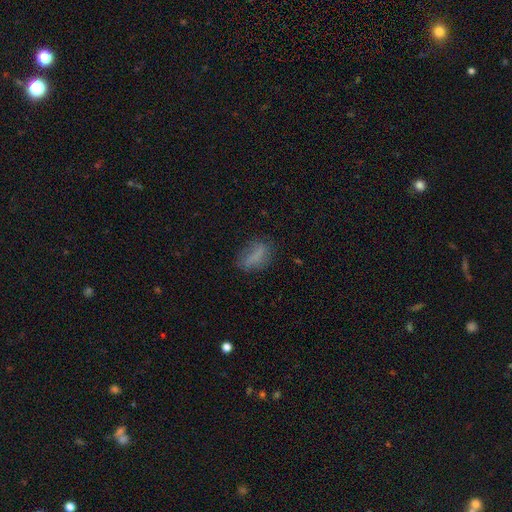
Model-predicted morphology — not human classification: Q: Smooth or featured?
A: smooth (70%); runner-up: featured or disk (19%)
Q: How rounded?
A: in between (71%); runner-up: cigar-shaped (21%)
Q: Merging?
A: none (66%); runner-up: minor disturbance (22%)